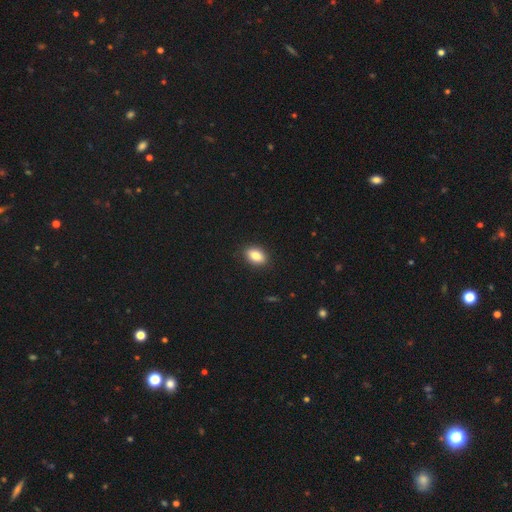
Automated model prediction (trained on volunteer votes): A smooth galaxy with no disk features (85%) that is in between round and cigar-shaped (86%). Merging: none (89%).